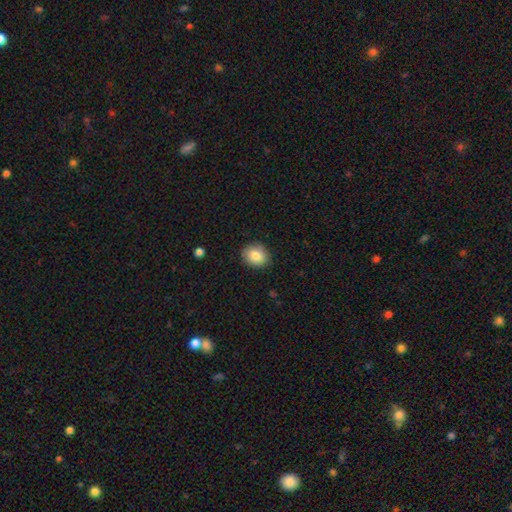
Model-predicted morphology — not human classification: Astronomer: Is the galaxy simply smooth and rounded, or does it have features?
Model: smooth — 83%.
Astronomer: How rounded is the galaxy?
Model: round — 61% (runner-up: in between, 38%).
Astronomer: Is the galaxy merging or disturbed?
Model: none — 87%.